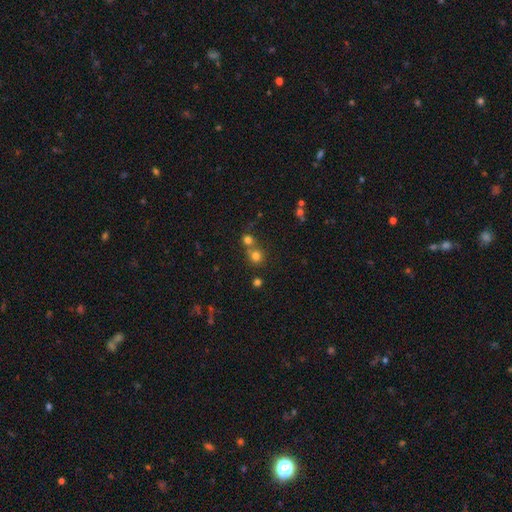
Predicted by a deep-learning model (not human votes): This appears to be a smooth galaxy with no disk features (73%) that is round (89%). Merging: none (56%).